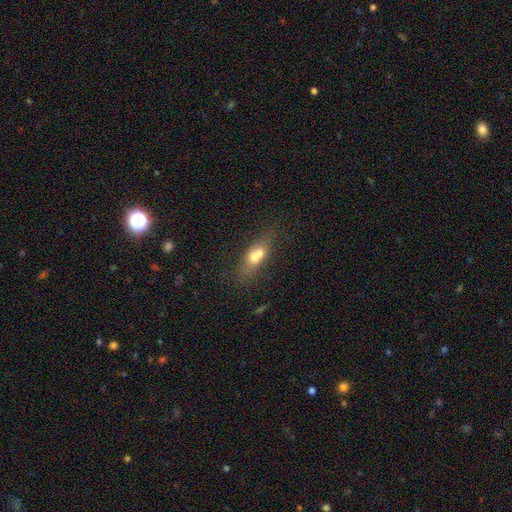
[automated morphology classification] A smooth galaxy with no disk features (60%) that is in between round and cigar-shaped (59%).

Vote fractions:
- Smooth or featured? smooth: 60% / featured or disk: 29% / star or artifact: 11%
- How rounded? in between: 59% / cigar-shaped: 21% / round: 20%
- Merging? merger: 50% / none: 33% / minor disturbance: 11% / major disturbance: 6%